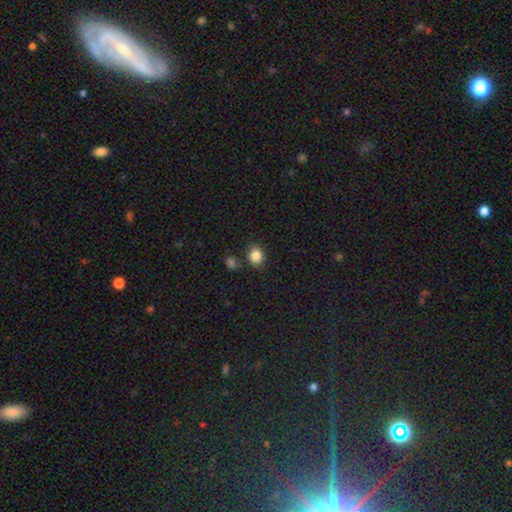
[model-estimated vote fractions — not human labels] Smooth or featured?
  - smooth: 85% *
  - star or artifact: 10%
  - featured or disk: 5%
How rounded?
  - round: 55% *
  - in between: 44%
  - cigar-shaped: 1%
Merging?
  - none: 80% *
  - minor disturbance: 11%
  - merger: 6%
  - major disturbance: 3%